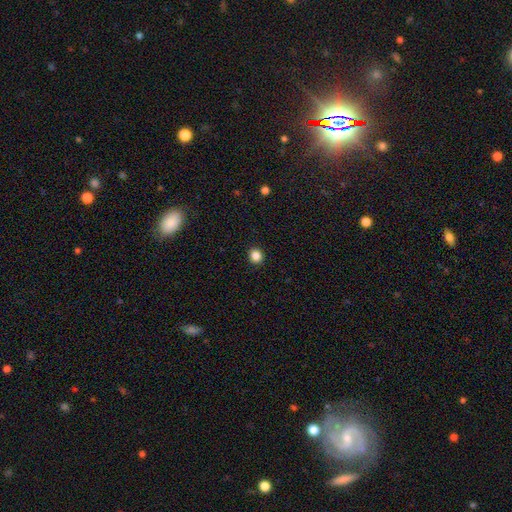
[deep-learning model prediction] Q: Smooth or featured?
A: smooth (85%); runner-up: star or artifact (12%)
Q: How rounded?
A: round (90%); runner-up: in between (9%)
Q: Merging?
A: none (93%); runner-up: minor disturbance (5%)